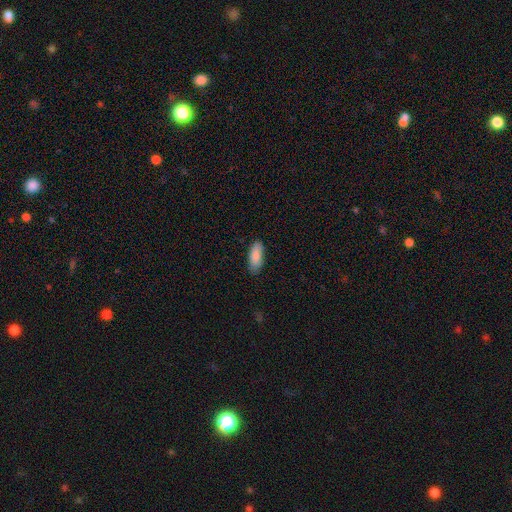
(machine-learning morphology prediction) A smooth galaxy with no disk features (86%) that is in between round and cigar-shaped (77%). Merging: none (83%).